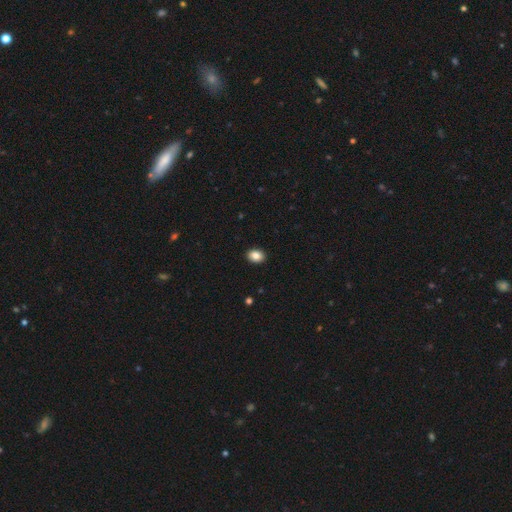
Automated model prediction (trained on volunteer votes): Q: Smooth or featured?
A: smooth (86%); runner-up: star or artifact (9%)
Q: How rounded?
A: in between (68%); runner-up: round (31%)
Q: Merging?
A: none (92%); runner-up: minor disturbance (6%)